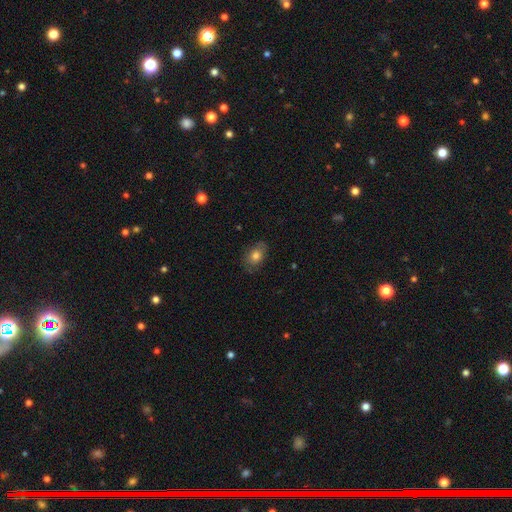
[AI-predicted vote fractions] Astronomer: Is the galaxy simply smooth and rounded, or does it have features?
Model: smooth — 73%.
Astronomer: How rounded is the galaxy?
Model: in between — 77%.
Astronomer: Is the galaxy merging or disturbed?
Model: none — 76%.